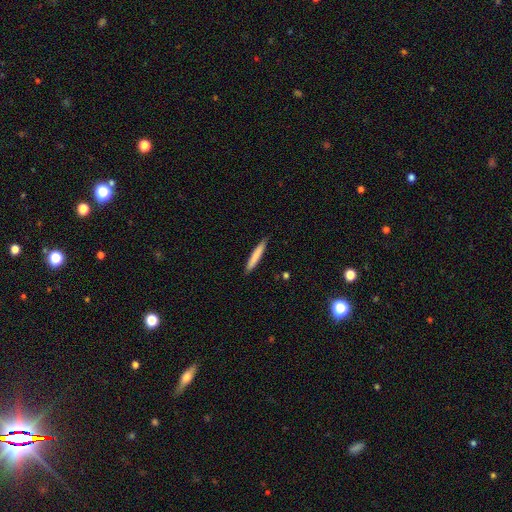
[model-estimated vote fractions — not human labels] Smooth or featured: smooth — 78% (featured or disk — 17%)
How rounded: cigar-shaped — 95% (in between — 4%)
Merging: none — 89% (minor disturbance — 8%)